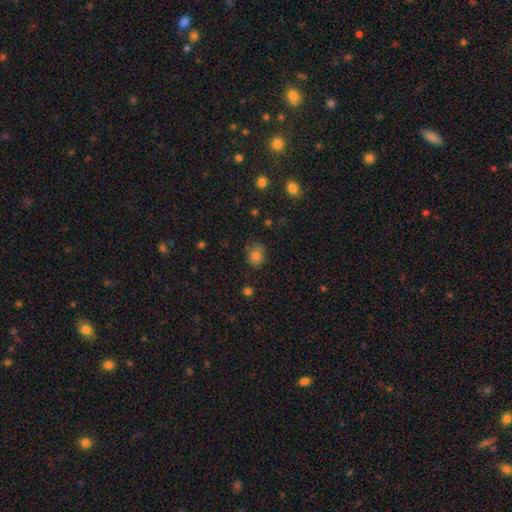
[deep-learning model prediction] Smooth or featured?
  - smooth: 80% *
  - star or artifact: 12%
  - featured or disk: 8%
How rounded?
  - round: 58% *
  - in between: 41%
  - cigar-shaped: 1%
Merging?
  - none: 75% *
  - minor disturbance: 19%
  - major disturbance: 4%
  - merger: 2%